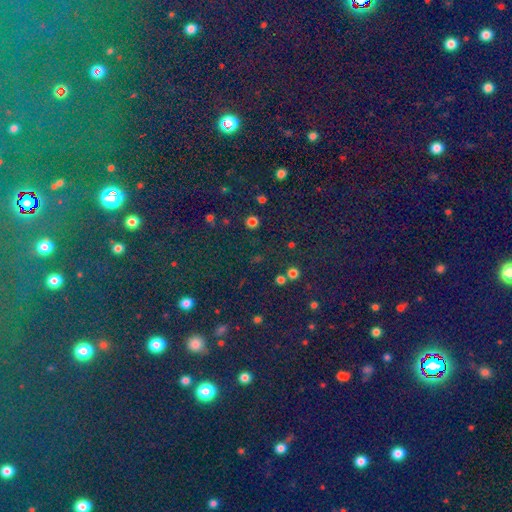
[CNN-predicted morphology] This is clearly a star or artifact rather than a galaxy (81%).